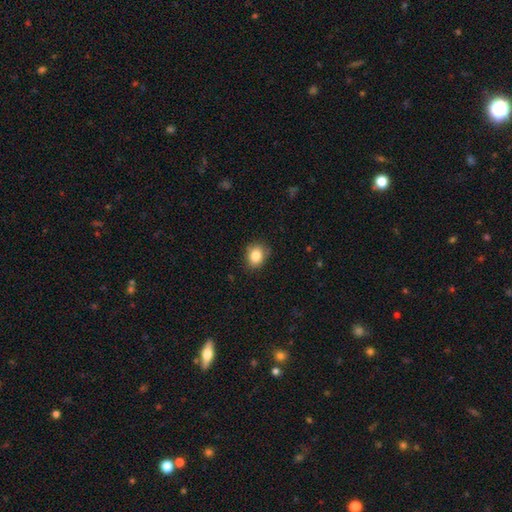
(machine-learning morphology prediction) Smooth or featured: smooth — 84% (star or artifact — 9%)
How rounded: round — 54% (in between — 45%)
Merging: none — 82% (minor disturbance — 14%)